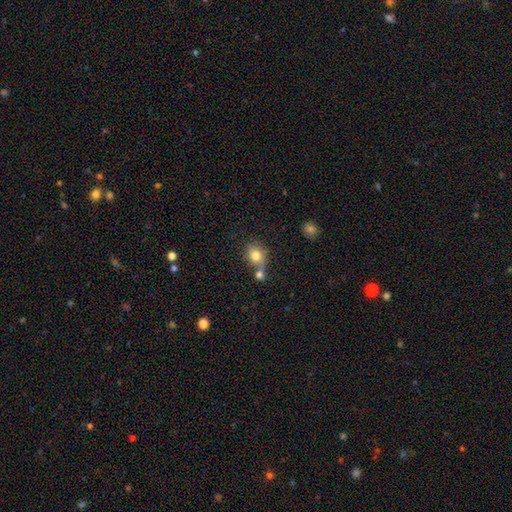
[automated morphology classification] Smooth or featured: smooth — 80% (featured or disk — 10%)
How rounded: round — 67% (in between — 32%)
Merging: none — 43% (merger — 40%)